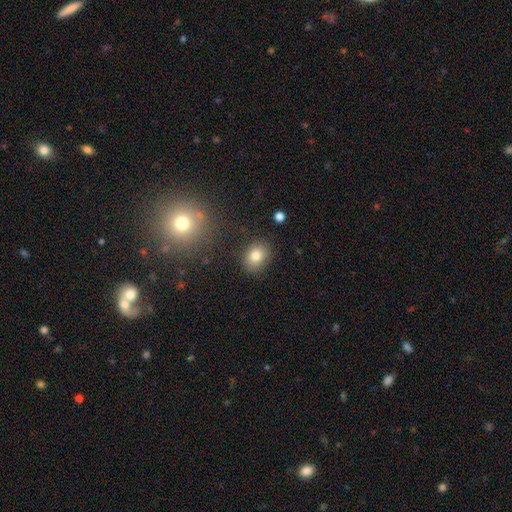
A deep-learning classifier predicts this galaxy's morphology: A smooth galaxy with no disk features (80%) that is in between round and cigar-shaped (60%). Merging: none (84%).